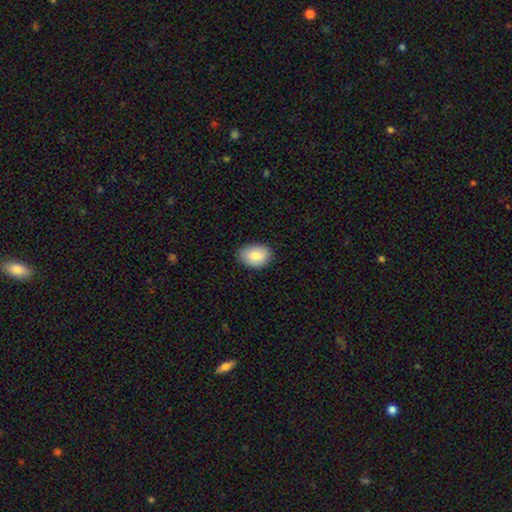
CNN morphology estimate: Overall: smooth (85%). How rounded: in between (79%). Merging: none (82%).